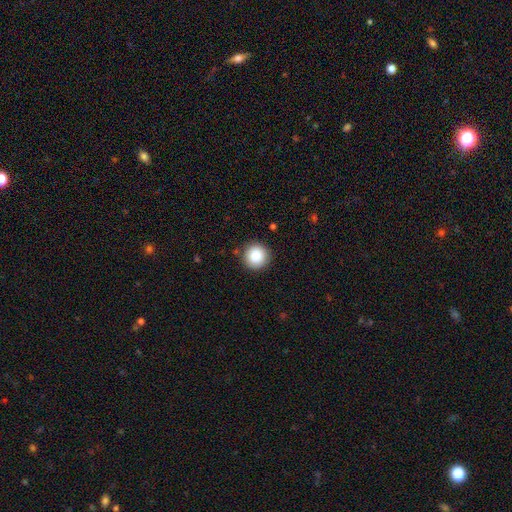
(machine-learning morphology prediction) A smooth galaxy with no disk features (83%) that is round (96%).

Vote fractions:
- Smooth or featured? smooth: 83% / star or artifact: 9% / featured or disk: 8%
- How rounded? round: 96% / in between: 3% / cigar-shaped: 1%
- Merging? none: 90% / minor disturbance: 6% / major disturbance: 2% / merger: 1%